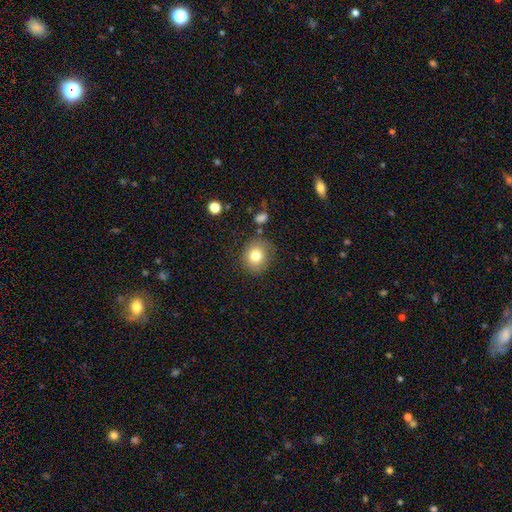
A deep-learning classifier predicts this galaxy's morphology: This is likely a smooth galaxy (79%). How rounded: likely round (76%). Merging: likely none (77%).